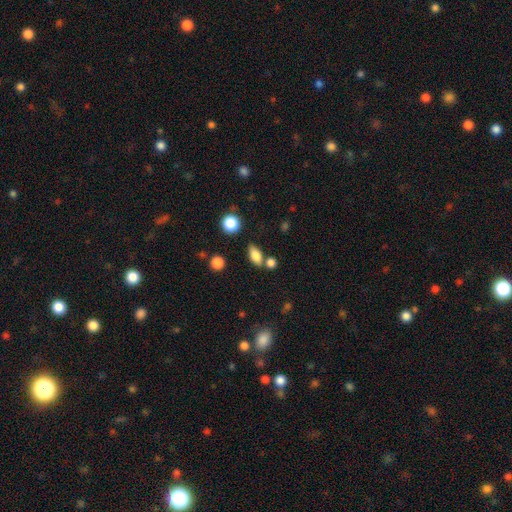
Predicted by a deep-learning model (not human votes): smooth-or-featured: smooth: 79% | featured or disk: 11% | star or artifact: 10%
  how-rounded: in between: 80% | round: 11% | cigar-shaped: 10%
  merging: none: 67% | merger: 15% | minor disturbance: 13% | major disturbance: 4%